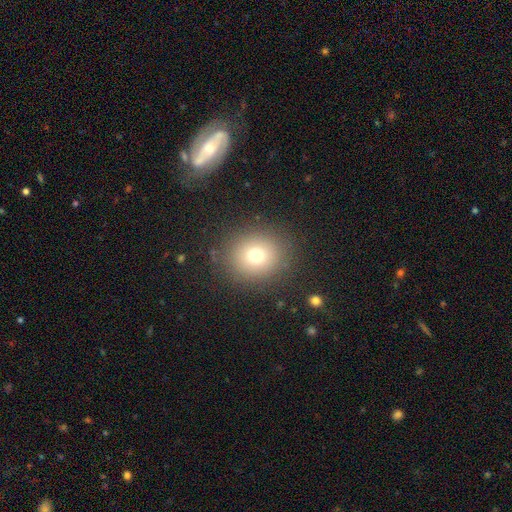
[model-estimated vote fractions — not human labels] Smooth or featured? smooth (72%)
How rounded? round (85%)
Merging? none (86%)